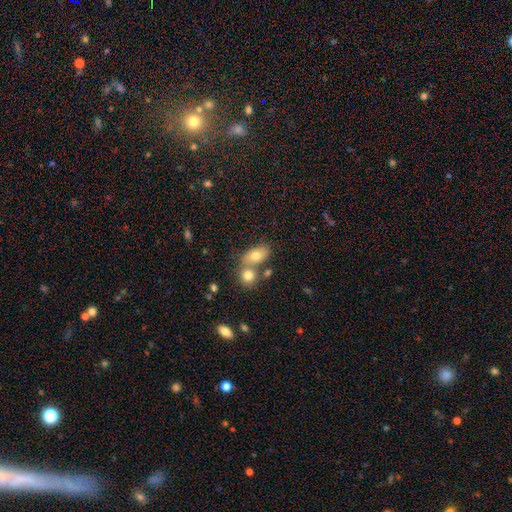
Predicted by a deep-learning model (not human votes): A smooth galaxy with no disk features (76%) that is in between round and cigar-shaped (83%). Merging: merger (43%).